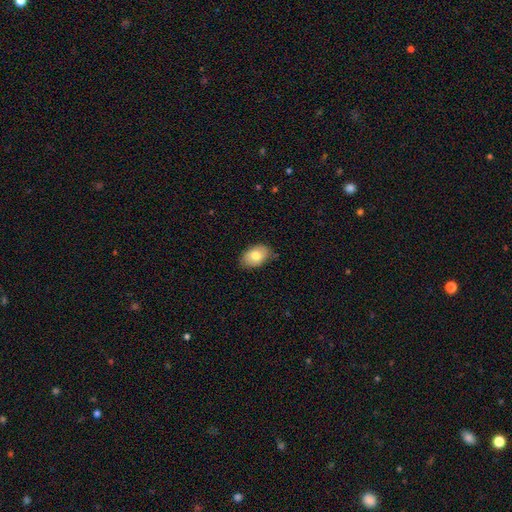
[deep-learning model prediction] Smooth or featured?
  - smooth: 78% *
  - featured or disk: 15%
  - star or artifact: 7%
How rounded?
  - in between: 89% *
  - round: 10%
  - cigar-shaped: 1%
Merging?
  - none: 81% *
  - minor disturbance: 16%
  - major disturbance: 2%
  - merger: 1%